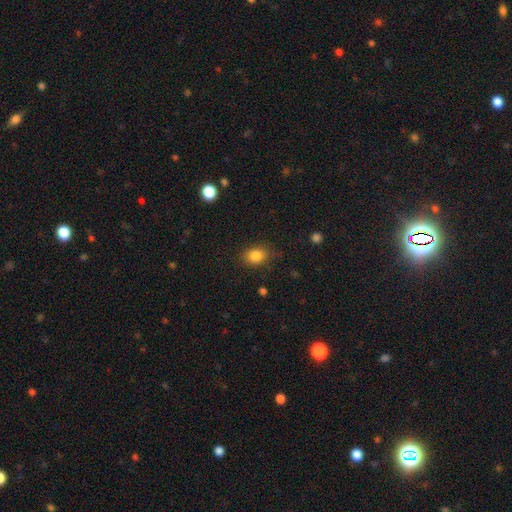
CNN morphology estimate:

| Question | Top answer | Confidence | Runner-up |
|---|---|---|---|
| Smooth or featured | smooth | 85% | star or artifact (10%) |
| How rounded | in between | 61% | round (38%) |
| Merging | none | 80% | minor disturbance (15%) |